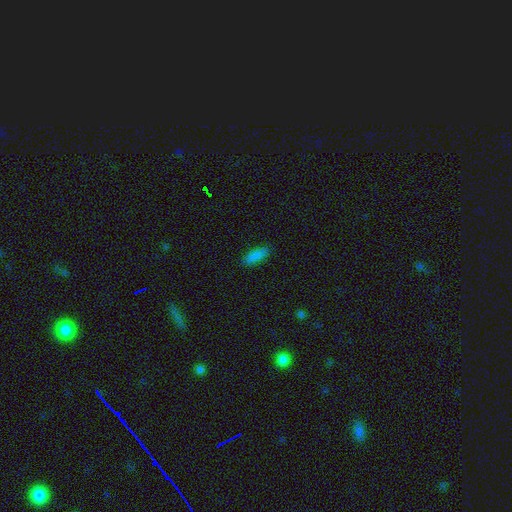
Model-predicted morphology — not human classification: Smooth or featured? smooth (87%)
How rounded? in between (63%)
Merging? none (88%)